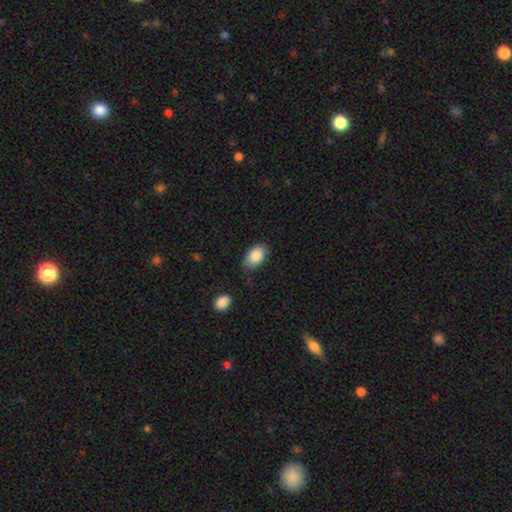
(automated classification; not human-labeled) A smooth galaxy with no disk features (87%) that is in between round and cigar-shaped (90%).

Vote fractions:
- Smooth or featured? smooth: 87% / star or artifact: 7% / featured or disk: 7%
- How rounded? in between: 90% / round: 9% / cigar-shaped: 1%
- Merging? none: 76% / minor disturbance: 18% / major disturbance: 4% / merger: 2%